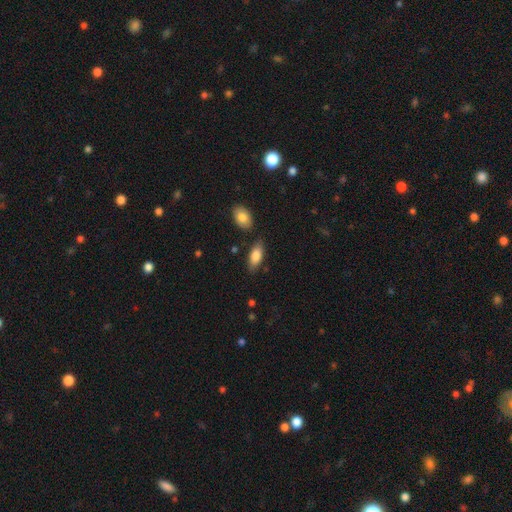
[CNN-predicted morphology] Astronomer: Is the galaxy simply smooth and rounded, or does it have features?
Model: smooth — 82%.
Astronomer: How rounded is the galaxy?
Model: in between — 84%.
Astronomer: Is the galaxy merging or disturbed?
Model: none — 77%.